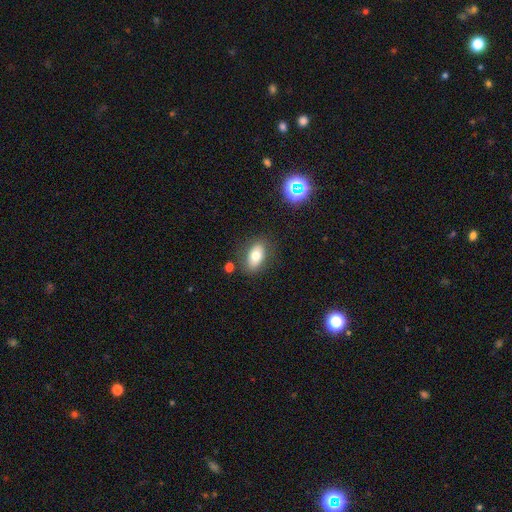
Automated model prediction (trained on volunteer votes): This is likely a smooth galaxy (74%). How rounded: clearly in between (87%). Merging: clearly none (80%).